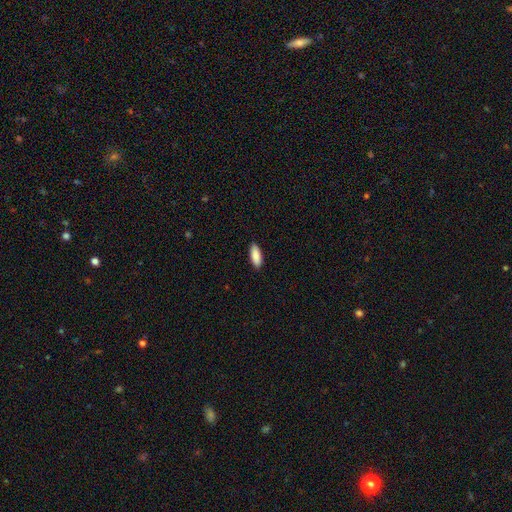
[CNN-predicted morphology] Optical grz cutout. It shows a smooth galaxy with no disk features (89%) that is in between round and cigar-shaped (73%). Merging: none (89%).